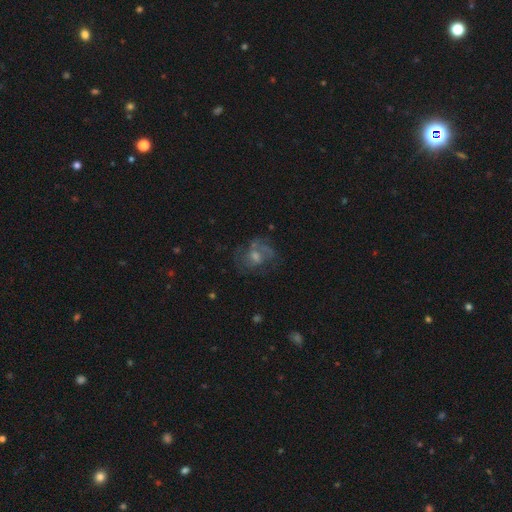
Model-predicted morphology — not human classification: Overall: featured or disk (64%). Edge-on disk: no (97%). Bar: no (62%; weak 33%). Spiral arms: yes (80%). Bulge size: moderate (51%; small 34%). Merging: none (60%).